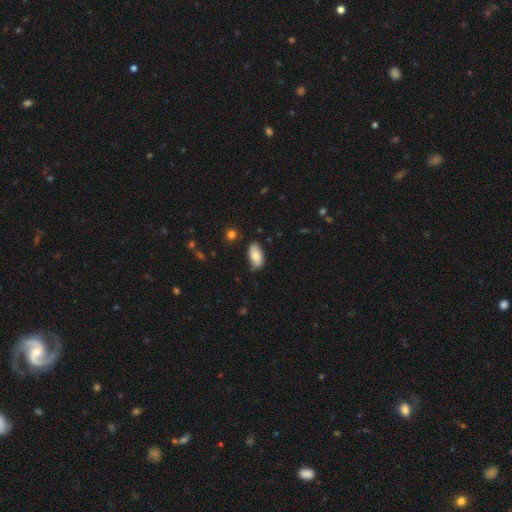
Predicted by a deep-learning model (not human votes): Overall: smooth (81%). How rounded: in between (92%). Merging: none (80%).